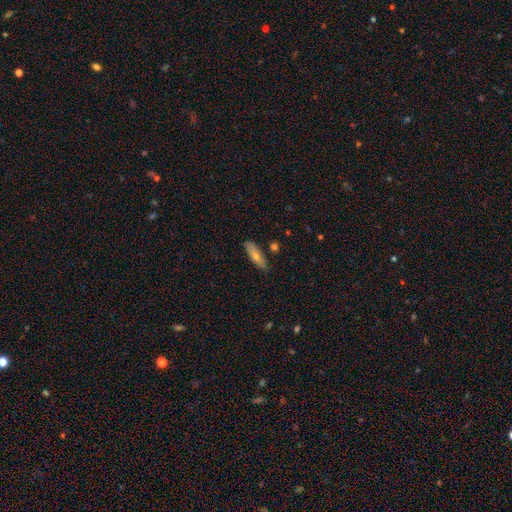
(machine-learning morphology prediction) Smooth or featured? smooth (58%)
How rounded? cigar-shaped (58%)
Merging? none (84%)